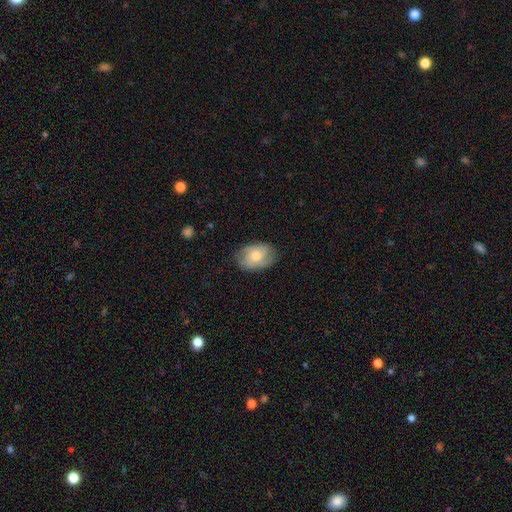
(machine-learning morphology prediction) Smooth or featured? smooth (48%)
Merging? none (75%)